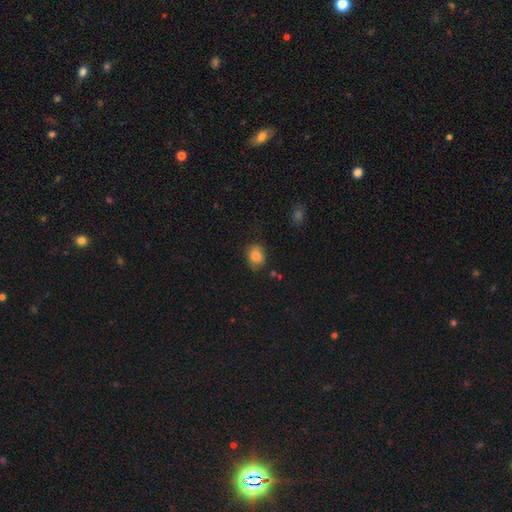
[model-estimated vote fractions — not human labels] smooth-or-featured: smooth: 82% | featured or disk: 10% | star or artifact: 9%
  how-rounded: in between: 55% | round: 44% | cigar-shaped: 1%
  merging: none: 74% | minor disturbance: 20% | major disturbance: 4% | merger: 2%